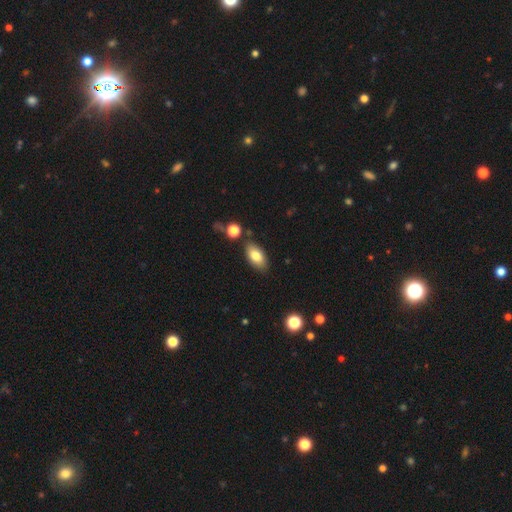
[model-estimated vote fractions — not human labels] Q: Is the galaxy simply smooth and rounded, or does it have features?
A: smooth — 81%.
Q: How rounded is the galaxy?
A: in between — 92%.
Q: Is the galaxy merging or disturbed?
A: none — 80%.